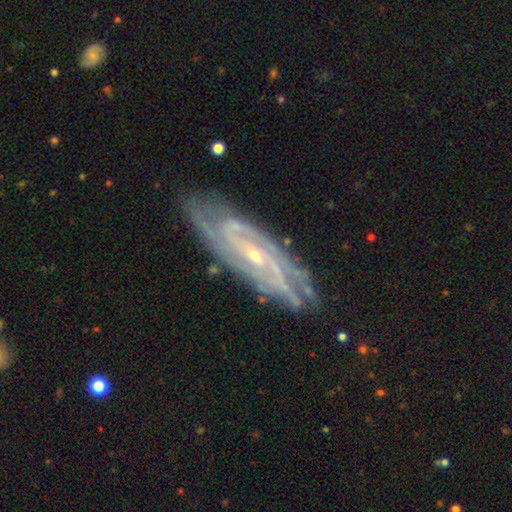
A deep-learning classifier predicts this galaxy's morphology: A featured or disk galaxy (88%) with no bar (39%), 2 (28%) tight (59%) spiral arms (97%) and a small central bulge (77%). Merging: none (80%).